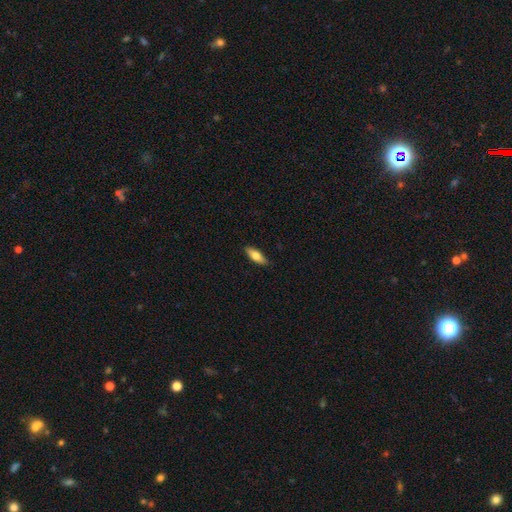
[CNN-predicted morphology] Smooth or featured? smooth (68%)
How rounded? in between (61%)
Merging? none (88%)